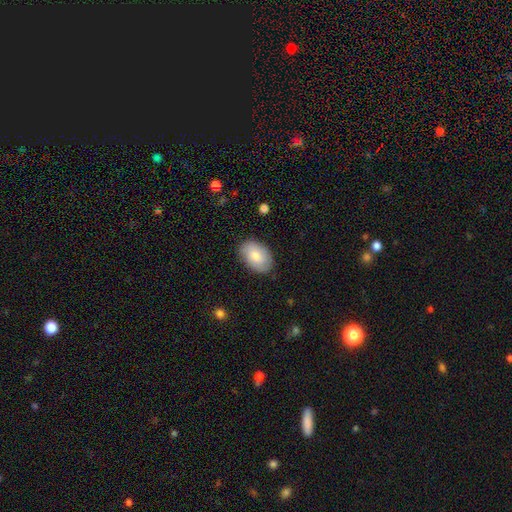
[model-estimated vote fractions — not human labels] Overall: smooth (78%). How rounded: in between (89%). Merging: none (84%).